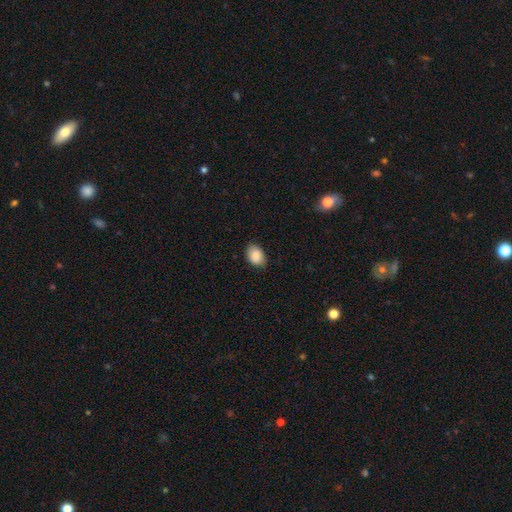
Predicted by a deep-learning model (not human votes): The model was most divided on "how rounded": in between: 82%, round: 17%, cigar-shaped: 1%. More confident: smooth or featured — smooth (89%); merging — none (83%).